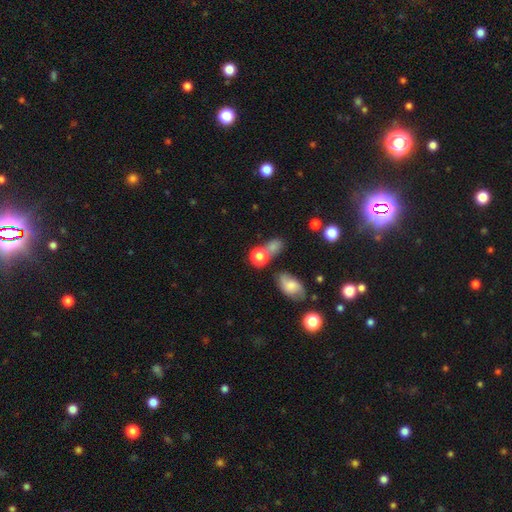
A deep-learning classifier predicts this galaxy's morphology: Smooth or featured? Predicted: smooth (p=0.48). Merging? Predicted: none (p=0.61).